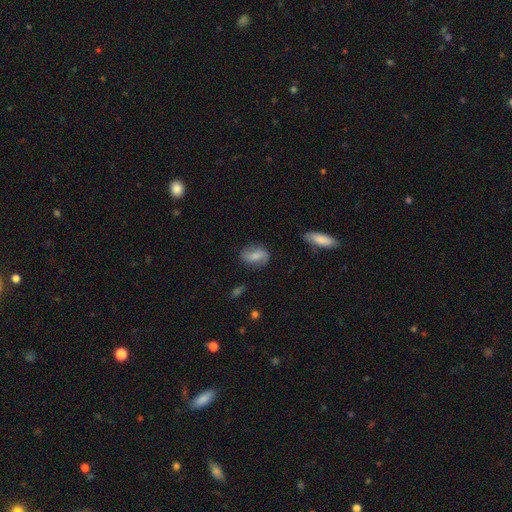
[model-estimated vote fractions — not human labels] Smooth or featured?
  - smooth: 64% *
  - featured or disk: 28%
  - star or artifact: 8%
How rounded?
  - in between: 79% *
  - round: 17%
  - cigar-shaped: 4%
Merging?
  - none: 72% *
  - minor disturbance: 20%
  - major disturbance: 6%
  - merger: 2%